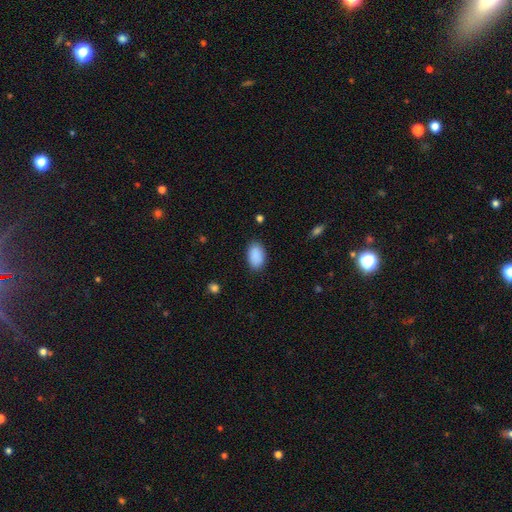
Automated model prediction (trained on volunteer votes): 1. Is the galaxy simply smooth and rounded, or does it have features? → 90% smooth, 7% star or artifact, 3% featured or disk.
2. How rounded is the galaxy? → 92% in between, 7% round, 1% cigar-shaped.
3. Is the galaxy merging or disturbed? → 85% none, 11% minor disturbance, 3% major disturbance, 1% merger.